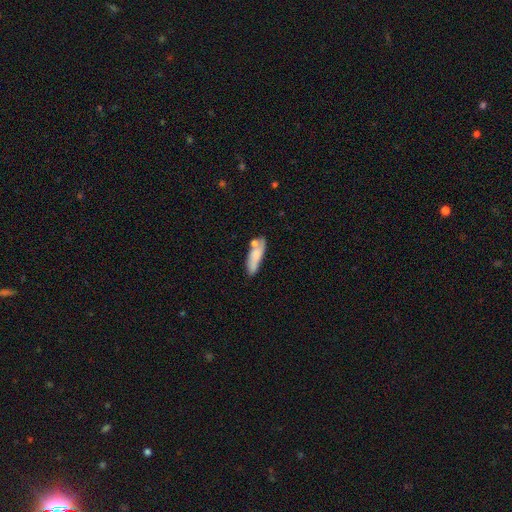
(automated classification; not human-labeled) Overall: smooth (72%). How rounded: cigar-shaped (51%; in between 47%). Merging: none (49%; minor disturbance 22%).